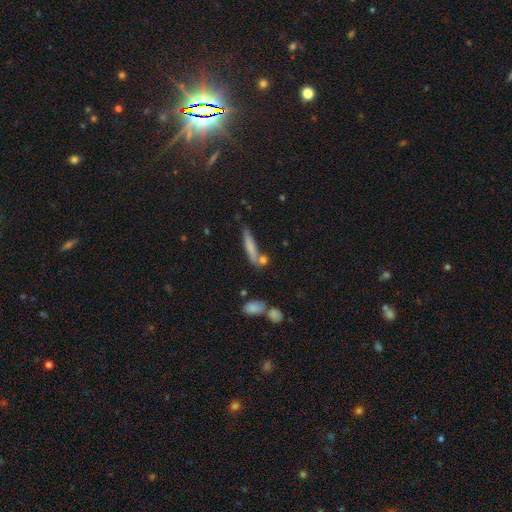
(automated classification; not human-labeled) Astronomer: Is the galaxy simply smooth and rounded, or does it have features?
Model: smooth — 61%.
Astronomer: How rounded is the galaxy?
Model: cigar-shaped — 90%.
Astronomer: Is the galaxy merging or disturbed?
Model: none — 68%.